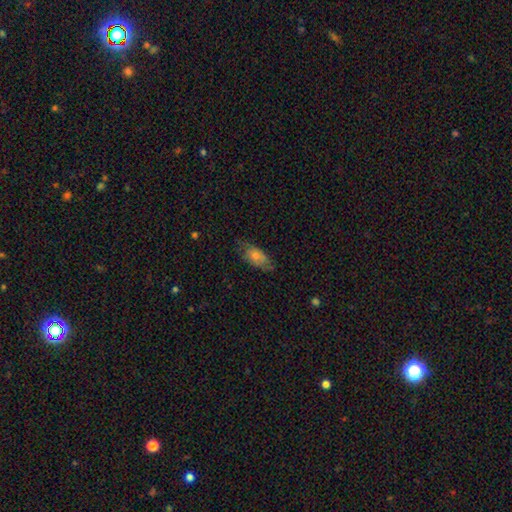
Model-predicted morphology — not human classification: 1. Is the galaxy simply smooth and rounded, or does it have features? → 57% smooth, 34% featured or disk, 9% star or artifact.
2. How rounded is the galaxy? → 84% in between, 11% cigar-shaped, 5% round.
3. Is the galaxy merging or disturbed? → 65% none, 25% minor disturbance, 8% major disturbance, 1% merger.